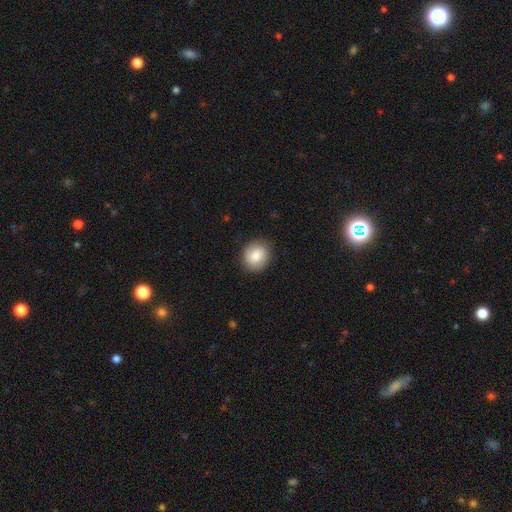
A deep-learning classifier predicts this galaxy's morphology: A smooth galaxy with no disk features (82%) that is round (73%).

Vote fractions:
- Smooth or featured? smooth: 82% / featured or disk: 11% / star or artifact: 7%
- How rounded? round: 73% / in between: 26% / cigar-shaped: 1%
- Merging? none: 86% / minor disturbance: 11% / major disturbance: 3% / merger: 1%